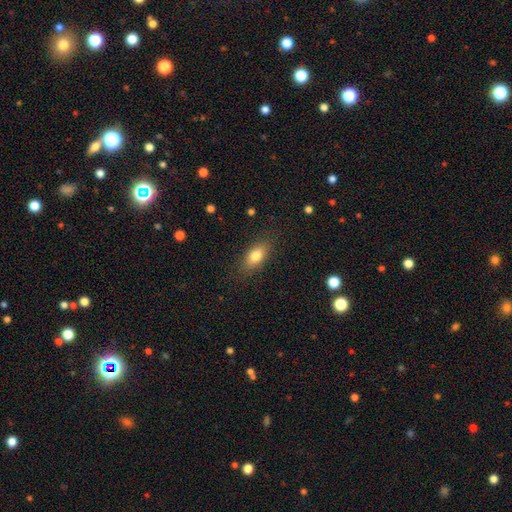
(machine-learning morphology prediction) This is likely a smooth galaxy (78%). How rounded: clearly in between (81%). Merging: clearly none (84%).